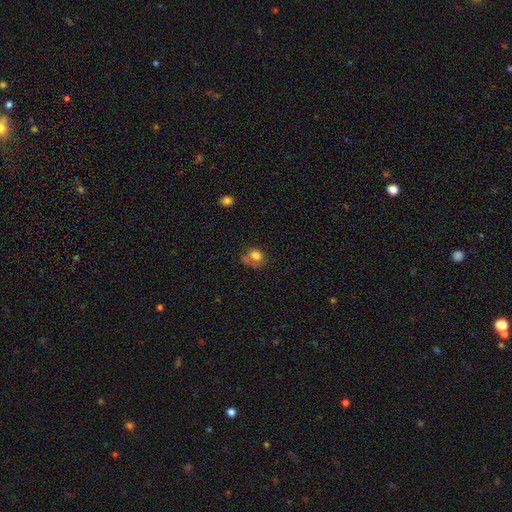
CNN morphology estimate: Smooth or featured: smooth — 76% (featured or disk — 13%)
How rounded: in between — 50% (round — 49%)
Merging: none — 44% (minor disturbance — 28%)